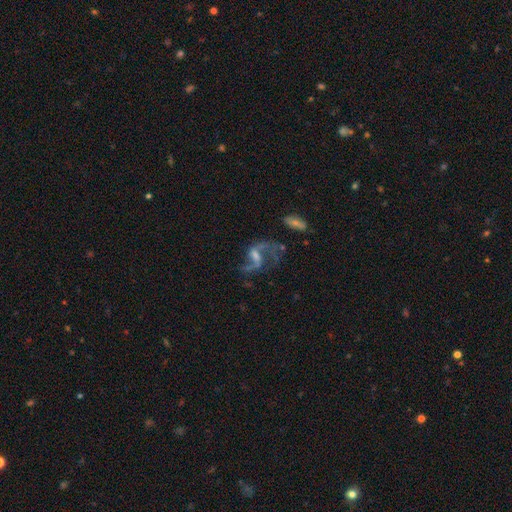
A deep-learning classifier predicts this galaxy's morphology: A featured or disk galaxy (81%) with a weak bar (49%), 2 (80%) loose (72%) spiral arms (88%) and a small central bulge (39%).

Vote fractions:
- Smooth or featured? featured or disk: 81% / star or artifact: 11% / smooth: 9%
- Edge-on disk? no: 97% / yes: 3%
- Bar? weak: 49% / no: 29% / strong: 22%
- Spiral arms? yes: 88% / no: 12%
- Spiral winding? loose: 72% / medium: 24% / tight: 4%
- Spiral arm count? 2: 80% / 1: 8% / can't tell: 5% / 3: 3% / 4: 1% / more than 4: 1%
- Bulge size? small: 39% / none: 29% / moderate: 26% / large: 4% / dominant: 1%
- Merging? none: 45% / major disturbance: 30% / minor disturbance: 16% / merger: 9%